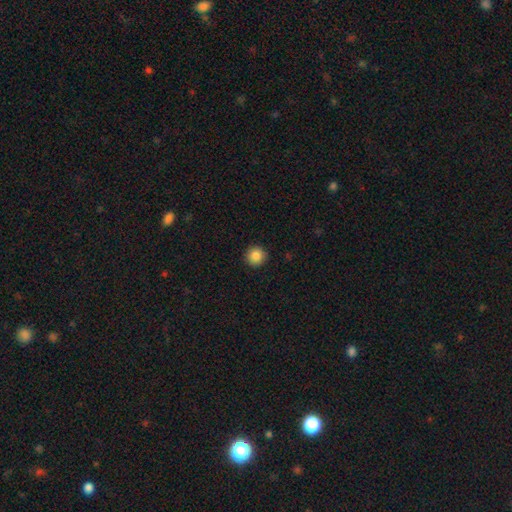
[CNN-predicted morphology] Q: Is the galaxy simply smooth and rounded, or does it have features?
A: smooth — 86%.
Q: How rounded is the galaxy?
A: round — 95%.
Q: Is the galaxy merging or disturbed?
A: none — 93%.